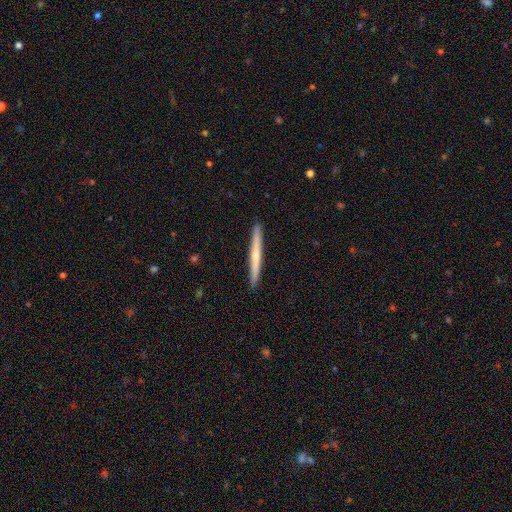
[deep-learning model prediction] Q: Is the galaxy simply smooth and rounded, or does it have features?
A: featured or disk — 54%.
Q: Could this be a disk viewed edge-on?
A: yes — 97%.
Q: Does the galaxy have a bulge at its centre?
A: rounded — 58%.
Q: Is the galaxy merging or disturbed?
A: none — 92%.